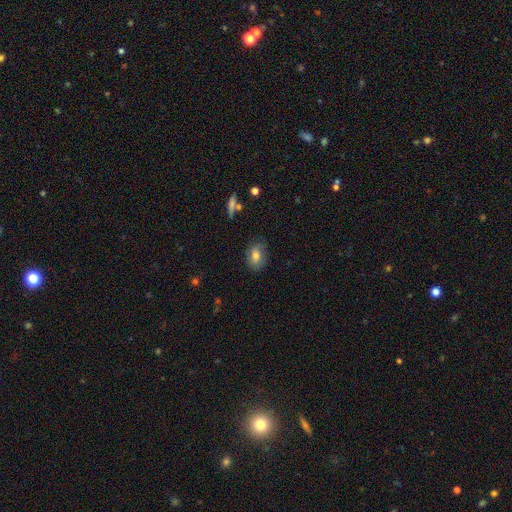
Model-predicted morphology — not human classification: A smooth galaxy with no disk features (69%) that is in between round and cigar-shaped (73%). Merging: none (75%).